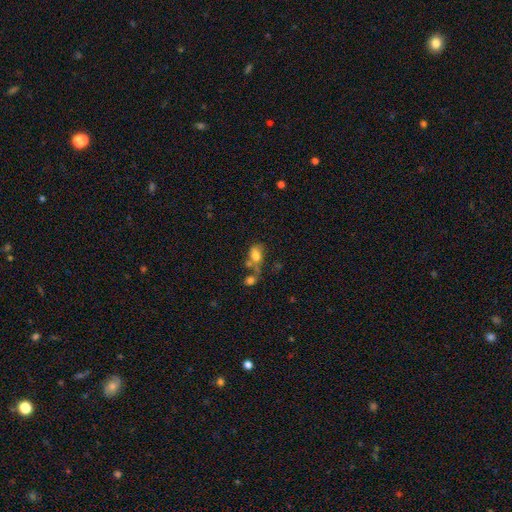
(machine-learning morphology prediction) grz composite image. It shows a smooth galaxy with no disk features (72%) that is in between round and cigar-shaped (78%). Merging: merger (44%).